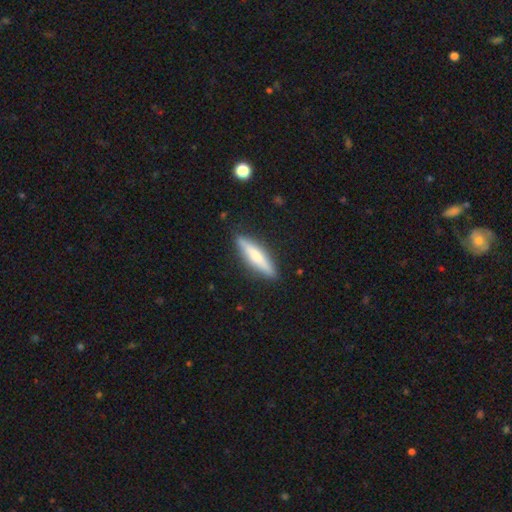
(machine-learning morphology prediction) Smooth or featured?
  - smooth: 50% *
  - featured or disk: 44%
  - star or artifact: 6%
Merging?
  - none: 89% *
  - minor disturbance: 8%
  - major disturbance: 2%
  - merger: 1%